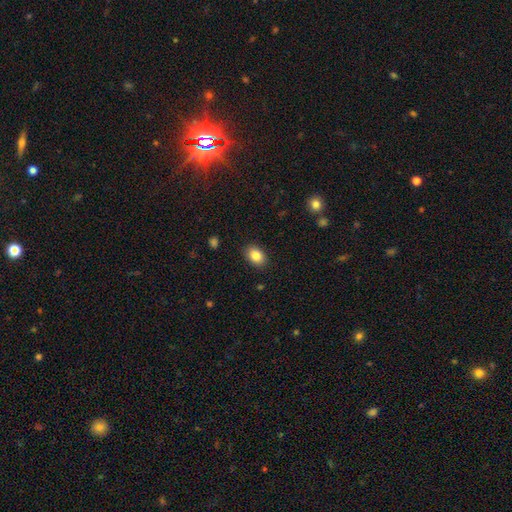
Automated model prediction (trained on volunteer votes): Q: Smooth or featured?
A: smooth (84%); runner-up: star or artifact (9%)
Q: How rounded?
A: in between (76%); runner-up: round (23%)
Q: Merging?
A: none (88%); runner-up: minor disturbance (9%)